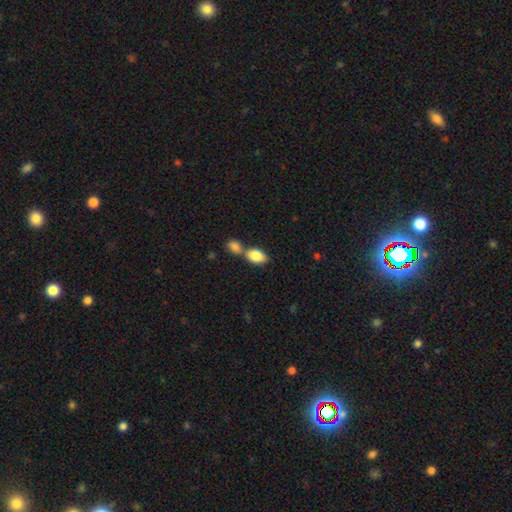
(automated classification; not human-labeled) Q: Smooth or featured?
A: smooth (85%); runner-up: featured or disk (8%)
Q: How rounded?
A: in between (85%); runner-up: round (13%)
Q: Merging?
A: merger (53%); runner-up: none (35%)